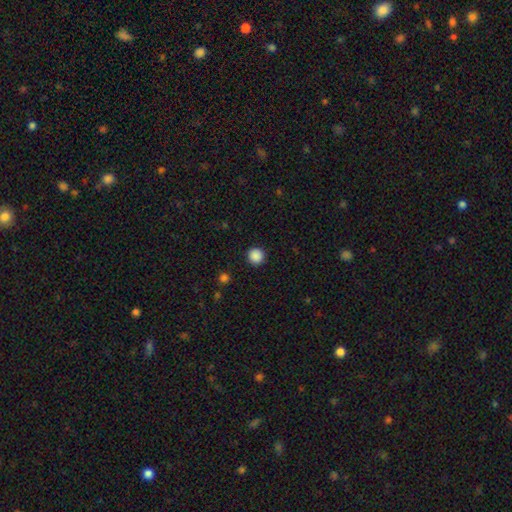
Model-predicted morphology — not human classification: smooth_or_featured: smooth (p=0.88) [alt: star or artifact p=0.10]
how_rounded: round (p=0.95) [alt: in between p=0.04]
merging: none (p=0.92) [alt: minor disturbance p=0.05]